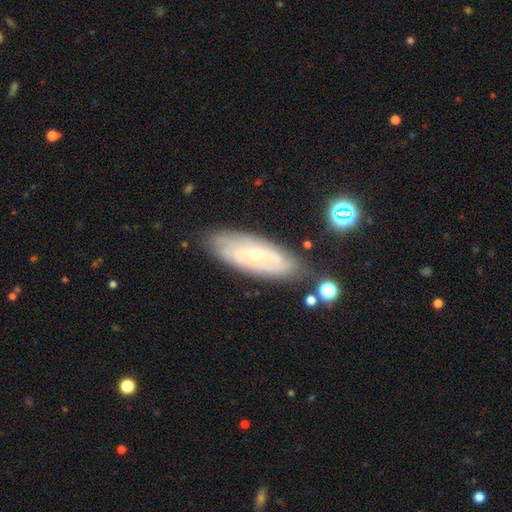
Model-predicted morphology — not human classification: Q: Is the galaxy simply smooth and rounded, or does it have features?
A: featured or disk — 63%.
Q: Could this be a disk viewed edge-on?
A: no — 84%.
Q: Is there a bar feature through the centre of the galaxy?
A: no — 71%.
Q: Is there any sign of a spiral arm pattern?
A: yes — 77%.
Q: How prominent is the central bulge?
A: small — 81%.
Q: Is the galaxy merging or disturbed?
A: none — 78%.